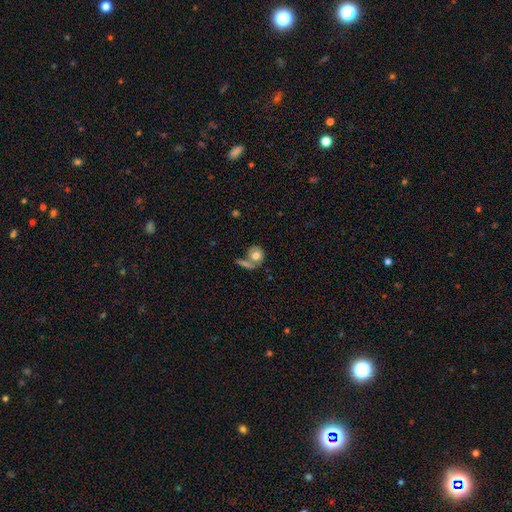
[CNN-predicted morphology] smooth 71%, featured or disk 21%, star or artifact 8%. Down the decision tree: how rounded — round (74%); merging — none (51%).